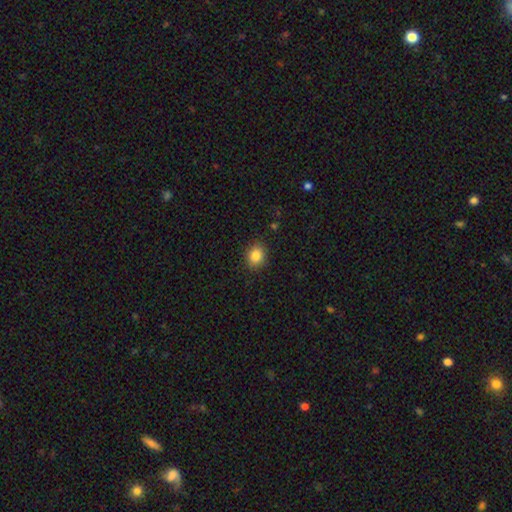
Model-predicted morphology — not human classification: Smooth or featured? Predicted: smooth (p=0.84). How rounded? Predicted: round (p=0.66). Merging? Predicted: none (p=0.89).